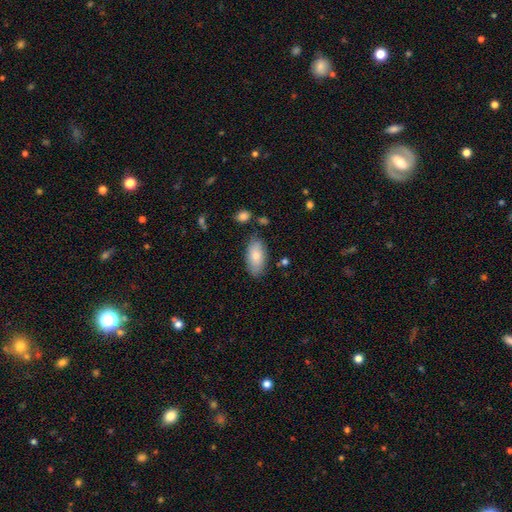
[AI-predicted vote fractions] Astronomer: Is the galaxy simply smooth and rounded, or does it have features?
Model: smooth — 80%.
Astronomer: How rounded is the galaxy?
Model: in between — 92%.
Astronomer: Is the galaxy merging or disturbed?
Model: none — 80%.